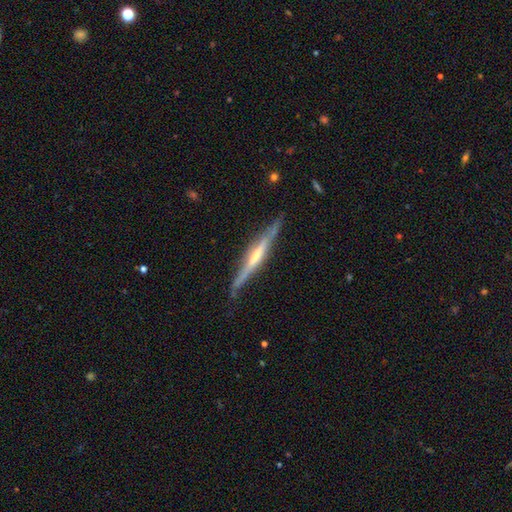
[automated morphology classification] smooth_or_featured: featured or disk (p=0.79) [alt: smooth p=0.16]
disk_edge_on: yes (p=0.97) [alt: no p=0.03]
edge_on_bulge: rounded (p=0.62) [alt: none p=0.21]
merging: none (p=0.84) [alt: minor disturbance p=0.12]